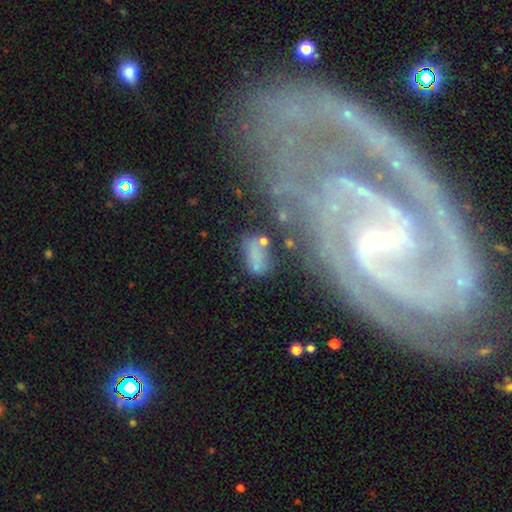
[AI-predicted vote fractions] The model was most divided on "merging": none: 47%, minor disturbance: 22%, major disturbance: 17%, merger: 14%. More confident: how rounded — in between (84%); smooth or featured — smooth (62%).